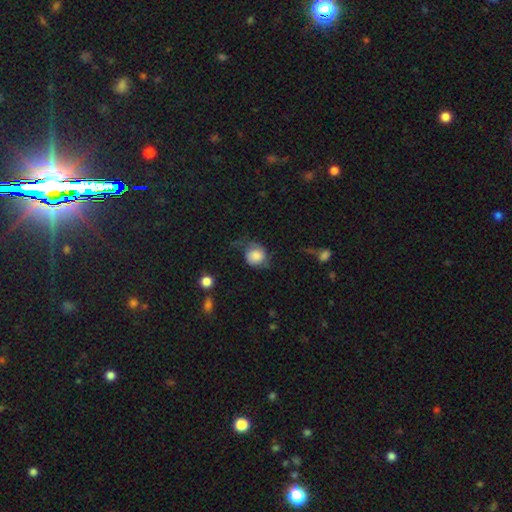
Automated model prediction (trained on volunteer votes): Q: Smooth or featured?
A: smooth (60%); runner-up: featured or disk (32%)
Q: How rounded?
A: round (77%); runner-up: in between (22%)
Q: Merging?
A: none (46%); runner-up: minor disturbance (28%)